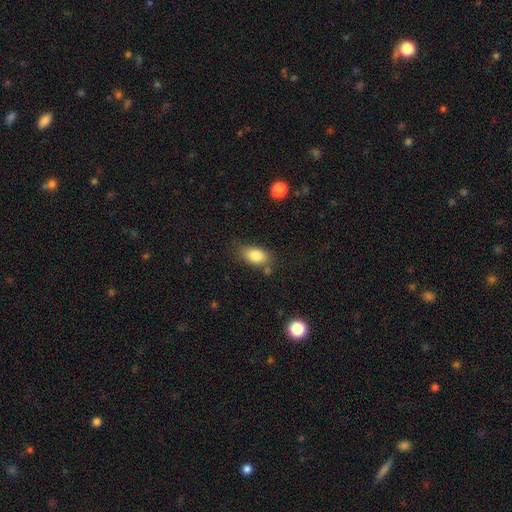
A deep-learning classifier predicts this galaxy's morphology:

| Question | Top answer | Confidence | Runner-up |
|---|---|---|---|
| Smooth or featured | smooth | 85% | star or artifact (8%) |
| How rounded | in between | 89% | round (7%) |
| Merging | none | 70% | minor disturbance (19%) |